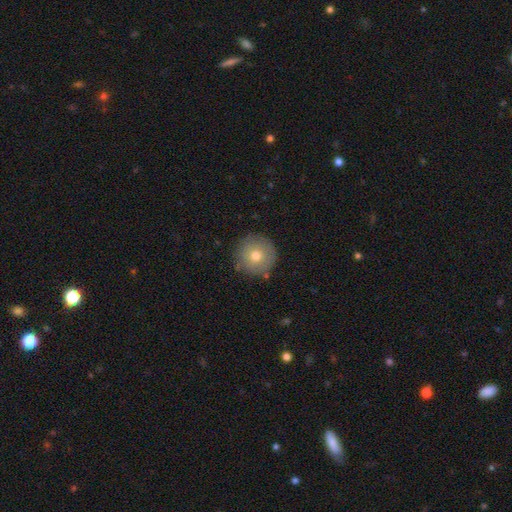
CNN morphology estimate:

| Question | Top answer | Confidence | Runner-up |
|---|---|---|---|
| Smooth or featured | smooth | 74% | featured or disk (17%) |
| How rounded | round | 96% | in between (3%) |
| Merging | none | 86% | minor disturbance (10%) |